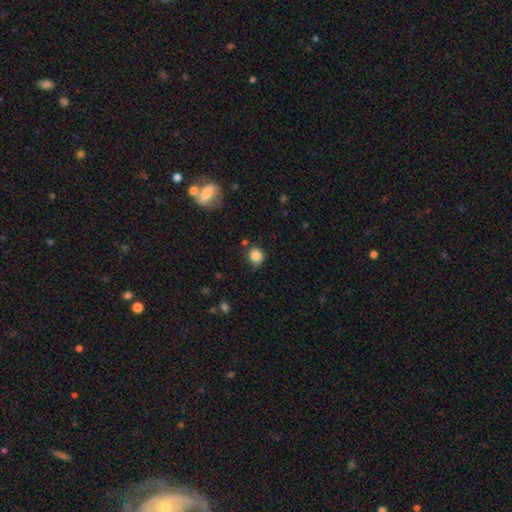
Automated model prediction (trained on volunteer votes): Morphology: type=smooth (84%); roundness=round (79%); merging=none (74%).